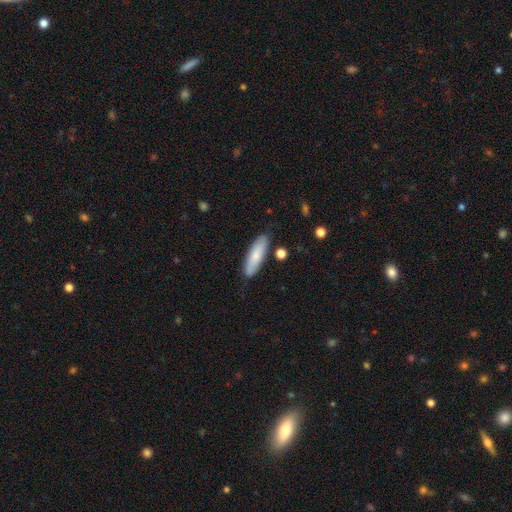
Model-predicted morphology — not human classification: Smooth or featured?
  - smooth: 77% *
  - featured or disk: 17%
  - star or artifact: 6%
How rounded?
  - cigar-shaped: 57% *
  - in between: 42%
  - round: 2%
Merging?
  - none: 83% *
  - minor disturbance: 13%
  - merger: 3%
  - major disturbance: 2%